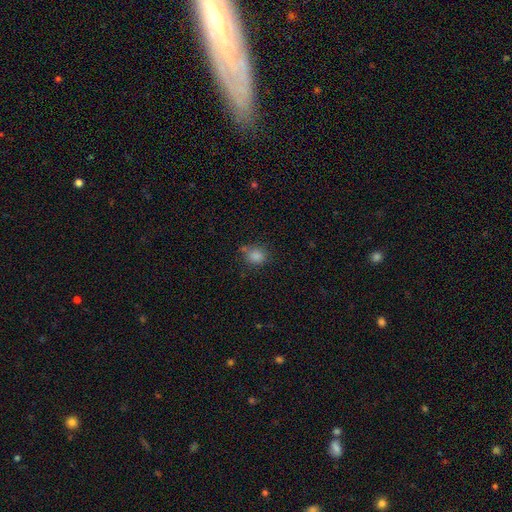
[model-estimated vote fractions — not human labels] Smooth or featured? smooth (84%)
How rounded? round (62%)
Merging? none (67%)